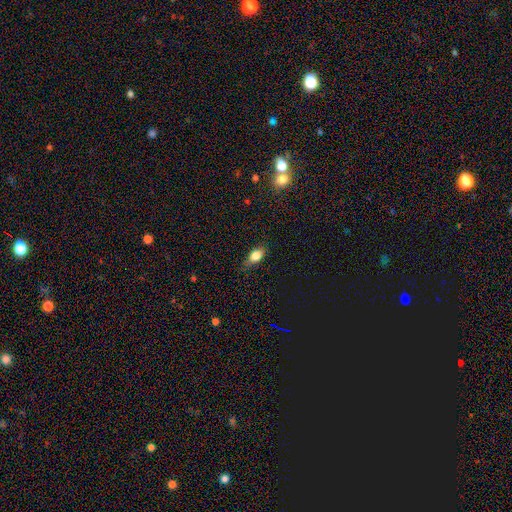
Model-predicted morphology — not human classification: This is likely a smooth galaxy (80%). How rounded: clearly in between (81%). Merging: likely none (74%).